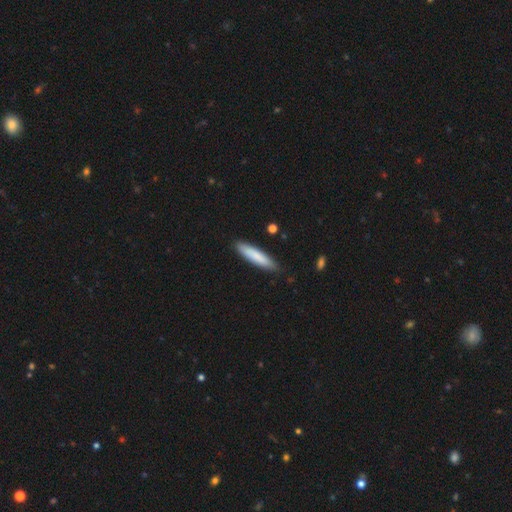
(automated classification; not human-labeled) Smooth or featured?
  - smooth: 82% *
  - featured or disk: 13%
  - star or artifact: 5%
How rounded?
  - cigar-shaped: 83% *
  - in between: 16%
  - round: 1%
Merging?
  - none: 87% *
  - minor disturbance: 10%
  - major disturbance: 2%
  - merger: 1%